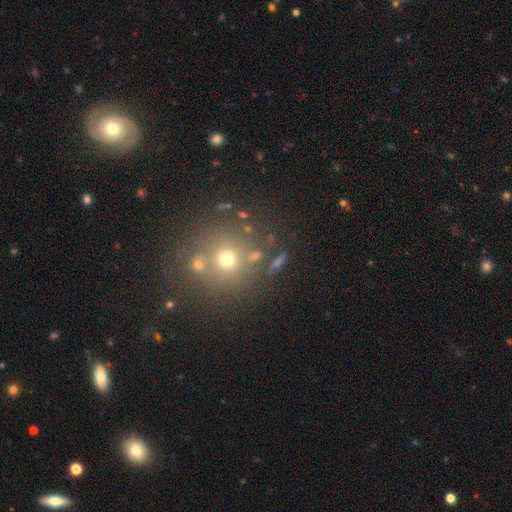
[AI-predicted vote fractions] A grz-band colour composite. It shows a smooth galaxy with no disk features (58%) that is round (90%). Merging: none (69%).